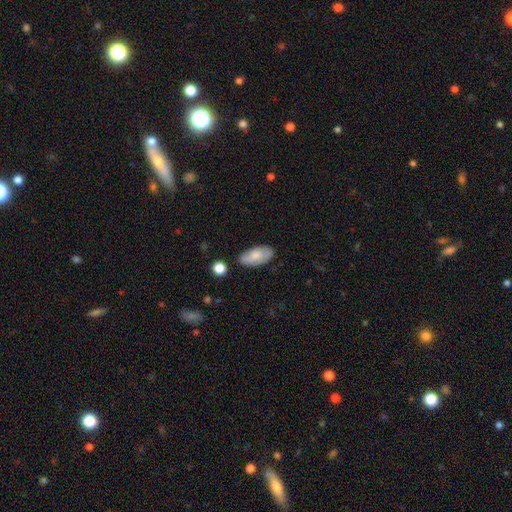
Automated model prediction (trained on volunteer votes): Overall: smooth (74%). How rounded: in between (92%). Merging: none (75%).